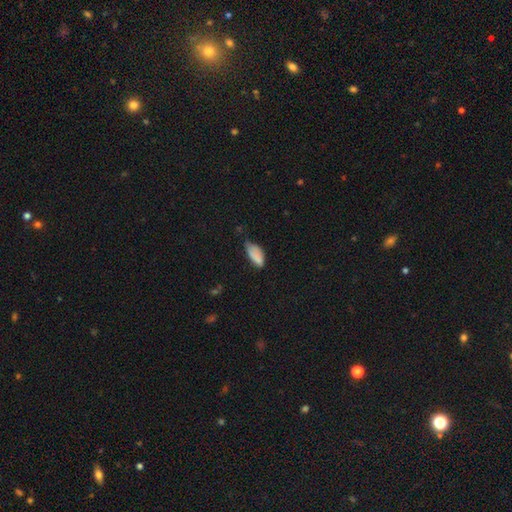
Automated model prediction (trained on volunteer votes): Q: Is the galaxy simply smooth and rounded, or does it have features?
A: smooth — 83%.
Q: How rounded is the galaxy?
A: in between — 89%.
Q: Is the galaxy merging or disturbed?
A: minor disturbance — 47%.